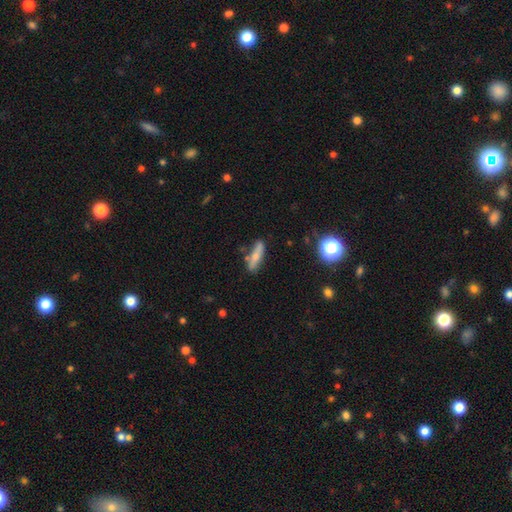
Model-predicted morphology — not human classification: type=smooth (59%); roundness=cigar-shaped (69%); merging=none (73%).